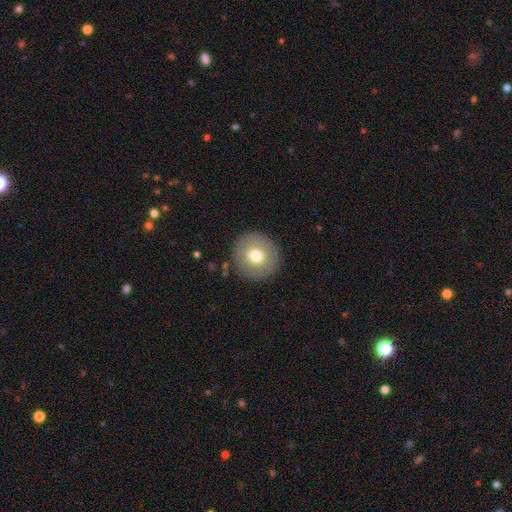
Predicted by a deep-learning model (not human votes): Smooth or featured? Predicted: smooth (p=0.72). How rounded? Predicted: round (p=0.94). Merging? Predicted: none (p=0.89).